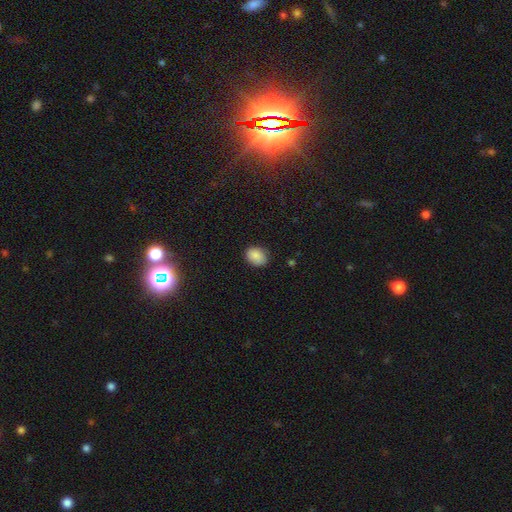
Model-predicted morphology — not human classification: smooth_or_featured: smooth (p=0.87) [alt: star or artifact p=0.09]
how_rounded: in between (p=0.65) [alt: round p=0.34]
merging: none (p=0.82) [alt: minor disturbance p=0.14]